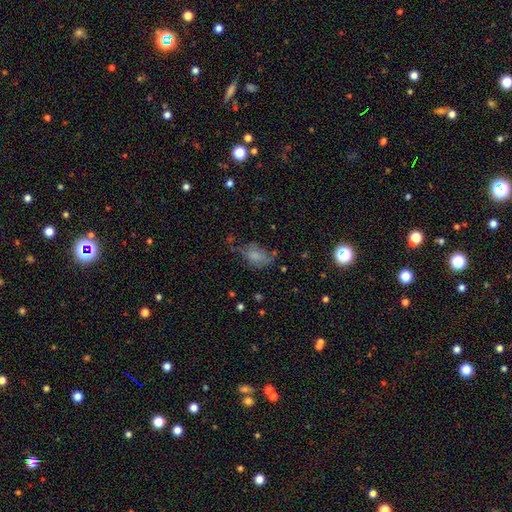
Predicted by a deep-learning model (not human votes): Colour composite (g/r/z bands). It shows a smooth galaxy with no disk features (65%) that is in between round and cigar-shaped (84%). Merging: none (38%).